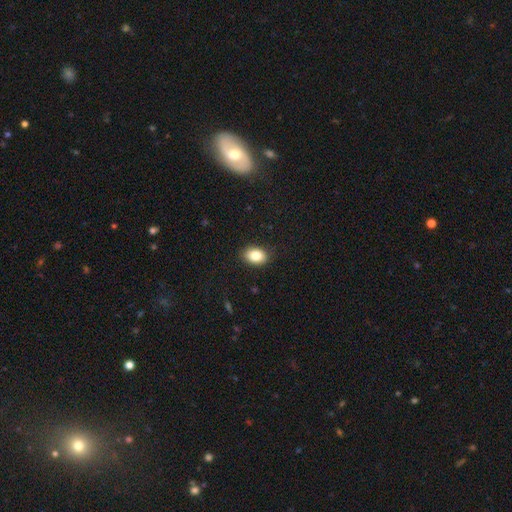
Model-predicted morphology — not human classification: The model was most divided on "how rounded": in between: 80%, round: 19%, cigar-shaped: 1%. More confident: merging — none (88%); smooth or featured — smooth (85%).